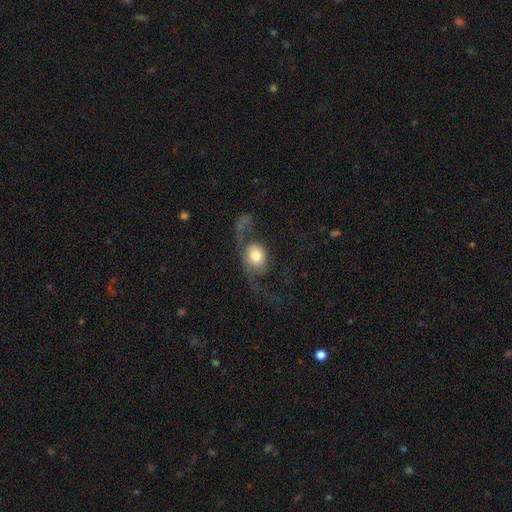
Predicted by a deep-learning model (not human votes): Smooth or featured? smooth (50%)
Merging? major disturbance (57%)